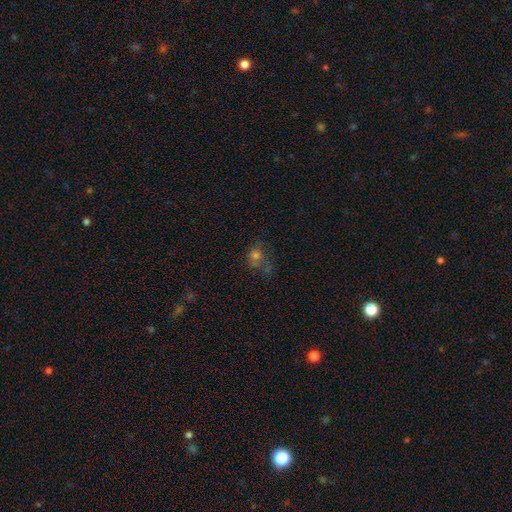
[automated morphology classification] The model was most divided on "merging": none: 41%, major disturbance: 22%, minor disturbance: 21%, merger: 15%. More confident: how rounded — round (68%); smooth or featured — smooth (60%).